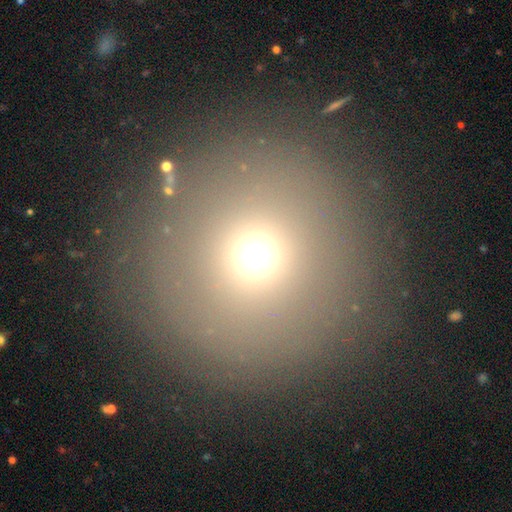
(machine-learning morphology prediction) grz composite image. It shows a smooth galaxy with no disk features (66%) that is round (95%). Merging: none (87%).